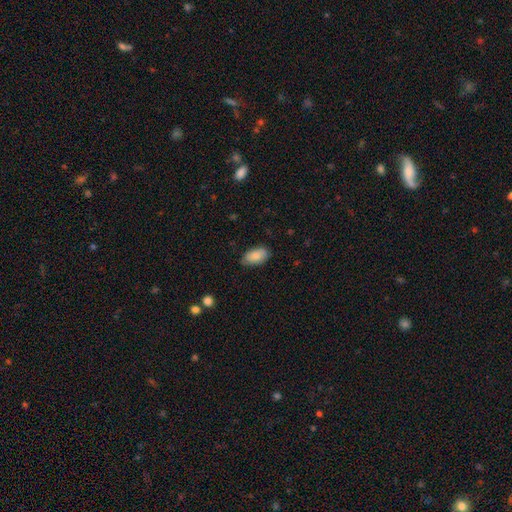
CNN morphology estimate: Q: Smooth or featured?
A: smooth (85%); runner-up: featured or disk (8%)
Q: How rounded?
A: in between (94%); runner-up: round (3%)
Q: Merging?
A: none (78%); runner-up: minor disturbance (18%)